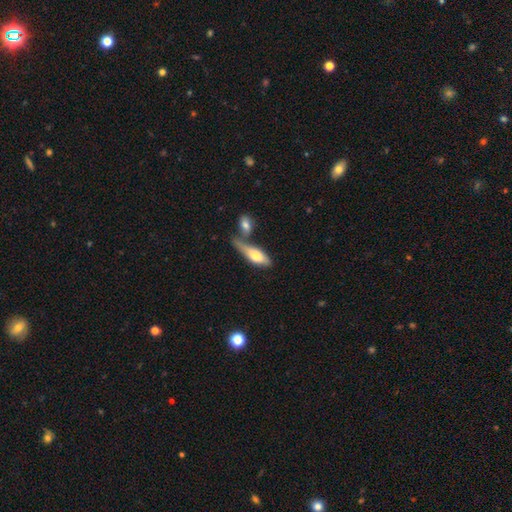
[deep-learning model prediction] Q: Smooth or featured?
A: smooth (63%); runner-up: featured or disk (31%)
Q: How rounded?
A: in between (63%); runner-up: cigar-shaped (34%)
Q: Merging?
A: merger (42%); runner-up: none (33%)